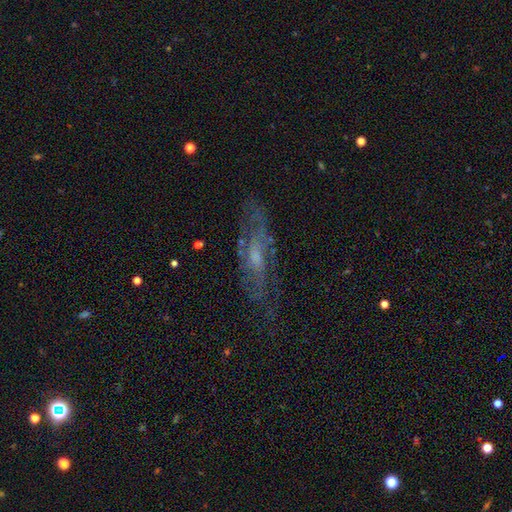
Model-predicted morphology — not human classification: Smooth or featured?
  - featured or disk: 67% *
  - smooth: 23%
  - star or artifact: 10%
Edge-on disk?
  - no: 74% *
  - yes: 26%
Merging?
  - none: 64% *
  - minor disturbance: 21%
  - major disturbance: 14%
  - merger: 2%